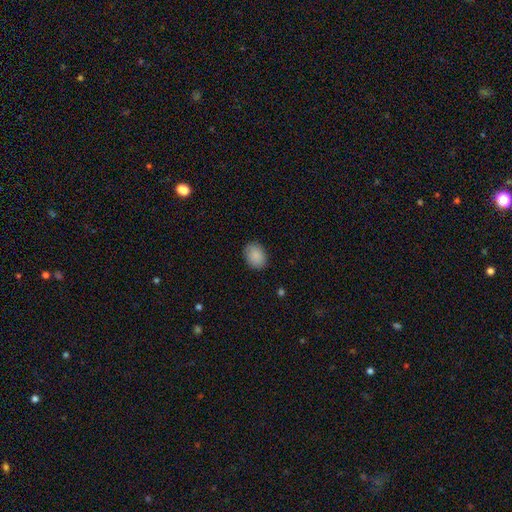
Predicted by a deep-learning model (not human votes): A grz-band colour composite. It shows a smooth galaxy with no disk features (89%) that is in between round and cigar-shaped (69%). Merging: none (86%).